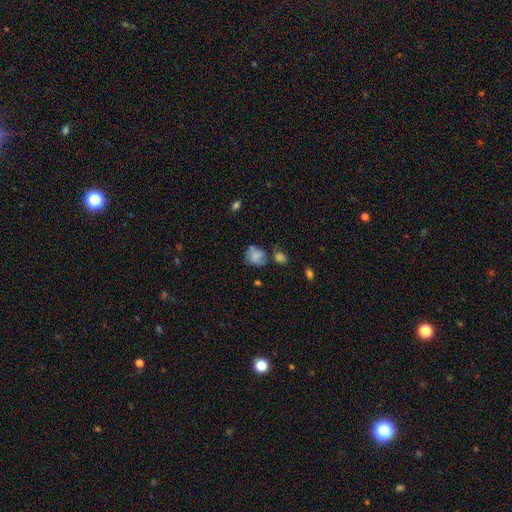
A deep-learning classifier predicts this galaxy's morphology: Smooth or featured: smooth — 75% (featured or disk — 15%)
How rounded: round — 60% (in between — 39%)
Merging: none — 48% (minor disturbance — 24%)